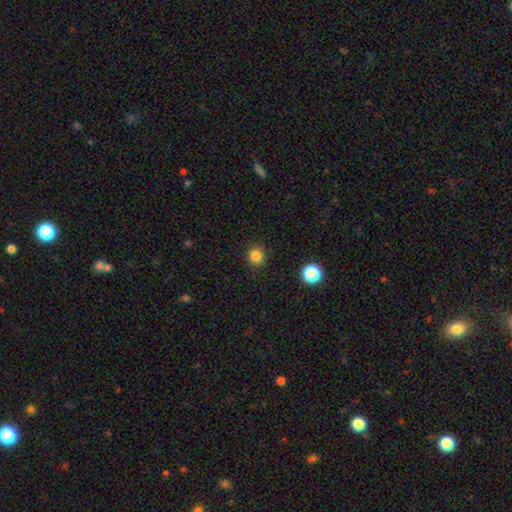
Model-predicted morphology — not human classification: A smooth galaxy with no disk features (83%) that is round (86%).

Vote fractions:
- Smooth or featured? smooth: 83% / star or artifact: 13% / featured or disk: 4%
- How rounded? round: 86% / in between: 13% / cigar-shaped: 1%
- Merging? none: 90% / minor disturbance: 7% / major disturbance: 2% / merger: 1%